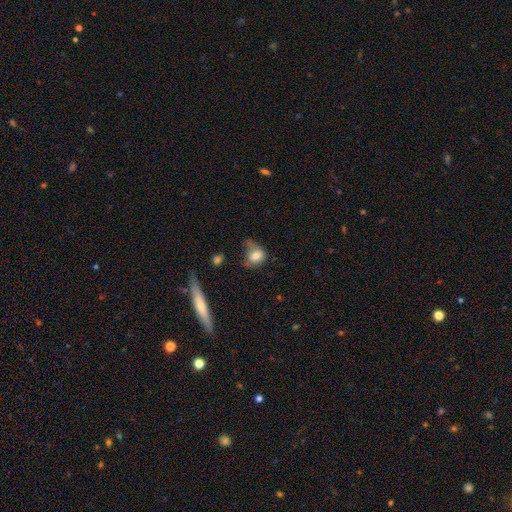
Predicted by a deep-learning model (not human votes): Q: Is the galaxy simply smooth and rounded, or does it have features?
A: smooth — 74%.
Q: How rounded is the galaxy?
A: in between — 56%.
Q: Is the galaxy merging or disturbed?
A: minor disturbance — 33%, tied with none.